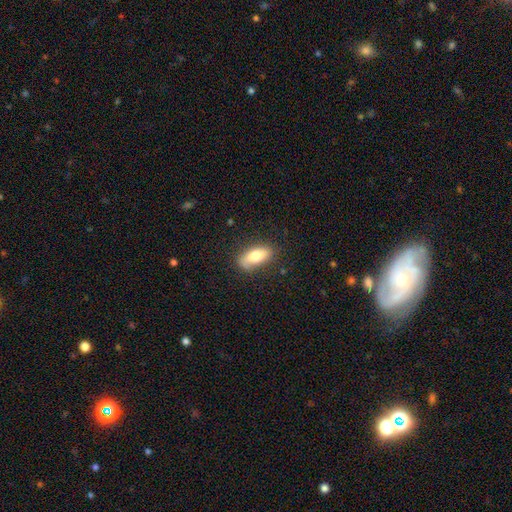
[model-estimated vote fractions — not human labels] A smooth galaxy with no disk features (73%) that is in between round and cigar-shaped (82%).

Vote fractions:
- Smooth or featured? smooth: 73% / featured or disk: 21% / star or artifact: 6%
- How rounded? in between: 82% / cigar-shaped: 15% / round: 3%
- Merging? none: 76% / minor disturbance: 18% / major disturbance: 4% / merger: 1%